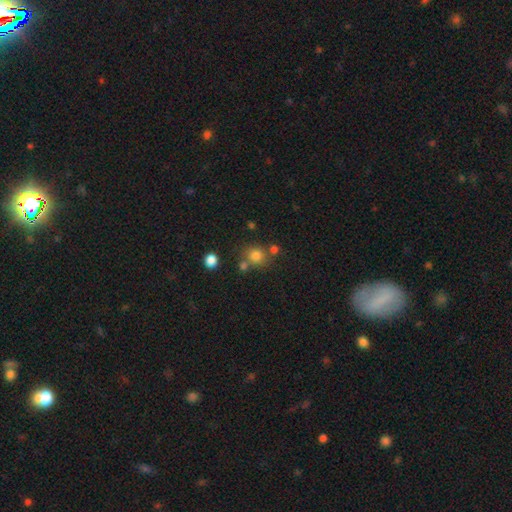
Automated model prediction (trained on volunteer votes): Smooth or featured?
  - smooth: 78% *
  - star or artifact: 14%
  - featured or disk: 7%
How rounded?
  - round: 83% *
  - in between: 17%
  - cigar-shaped: 1%
Merging?
  - none: 66% *
  - merger: 18%
  - minor disturbance: 11%
  - major disturbance: 5%